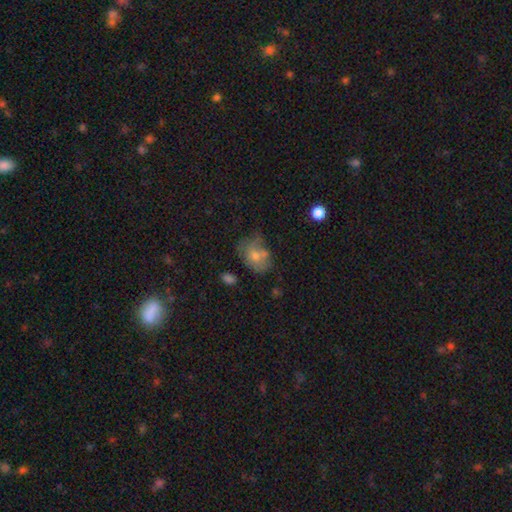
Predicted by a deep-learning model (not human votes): Smooth or featured? smooth (61%)
How rounded? in between (65%)
Merging? none (41%)